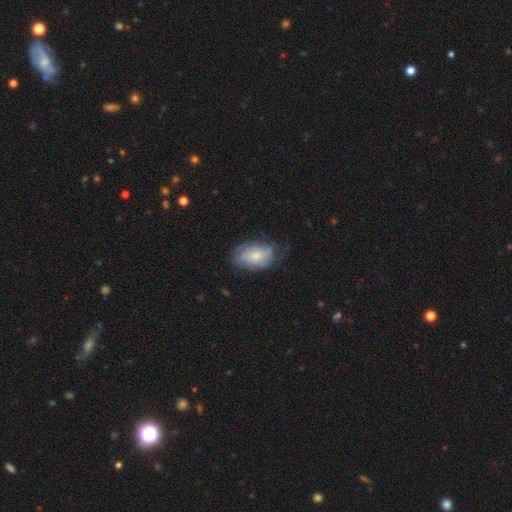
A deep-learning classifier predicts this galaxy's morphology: The model was most divided on "smooth or featured": smooth: 49%, featured or disk: 44%, star or artifact: 7%. More confident: merging — none (57%).